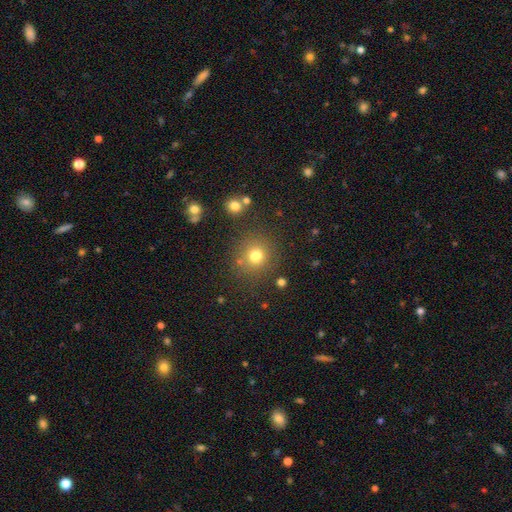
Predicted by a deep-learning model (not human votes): This appears to be a smooth galaxy with no disk features (76%) that is round (91%). Merging: none (82%).